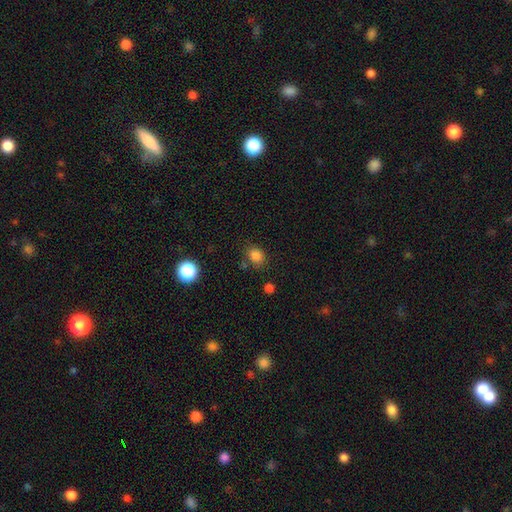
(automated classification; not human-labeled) smooth 83%, star or artifact 12%, featured or disk 4%. Down the decision tree: how rounded — round (55%); merging — none (75%).